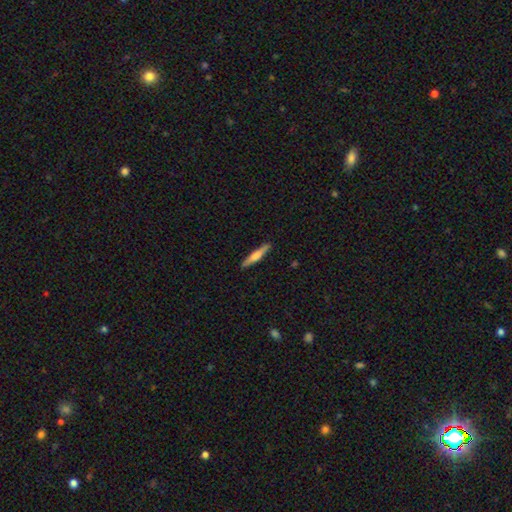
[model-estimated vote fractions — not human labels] Smooth or featured? Predicted: smooth (p=0.54). How rounded? Predicted: cigar-shaped (p=0.92). Merging? Predicted: none (p=0.90).